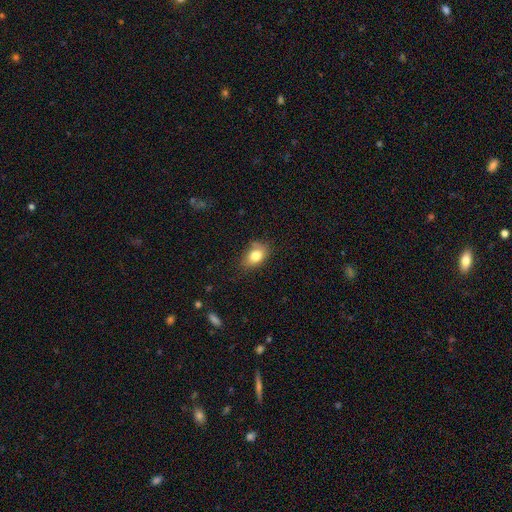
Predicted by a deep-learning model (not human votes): Morphology: type=smooth (80%); roundness=in between (81%); merging=none (68%).